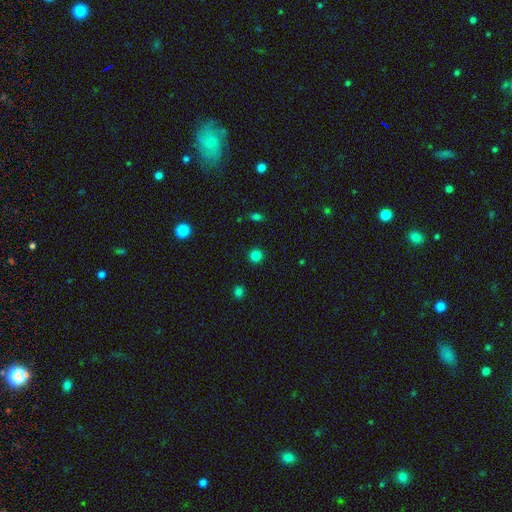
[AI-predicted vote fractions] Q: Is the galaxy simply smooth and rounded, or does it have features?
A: smooth — 83%.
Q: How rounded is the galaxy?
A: round — 94%.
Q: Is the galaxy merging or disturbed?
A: none — 92%.